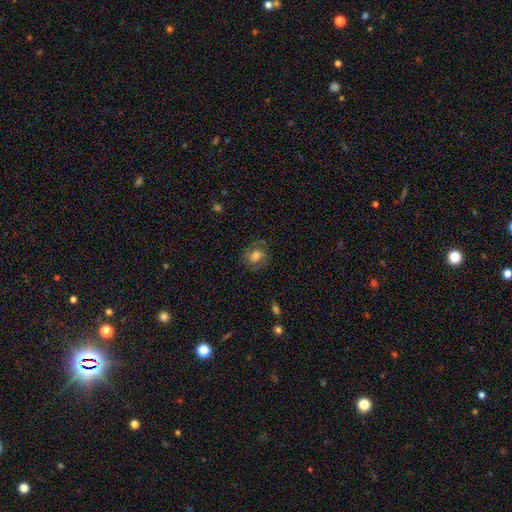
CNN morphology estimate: smooth 45%, featured or disk 44%, star or artifact 11%. Down the decision tree: merging — none (70%).